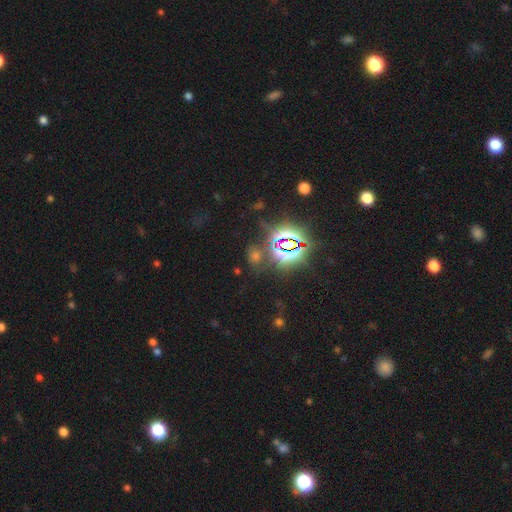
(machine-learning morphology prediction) A star or artifact, not a galaxy (68%).